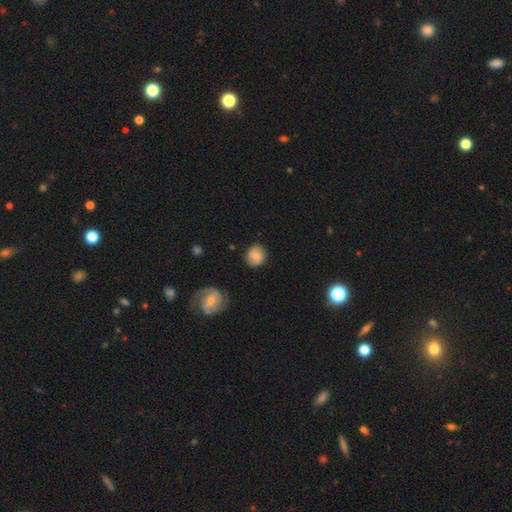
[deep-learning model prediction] A smooth galaxy with no disk features (67%) that is round (78%).

Vote fractions:
- Smooth or featured? smooth: 67% / featured or disk: 25% / star or artifact: 8%
- How rounded? round: 78% / in between: 21% / cigar-shaped: 1%
- Merging? none: 80% / minor disturbance: 14% / major disturbance: 4% / merger: 2%